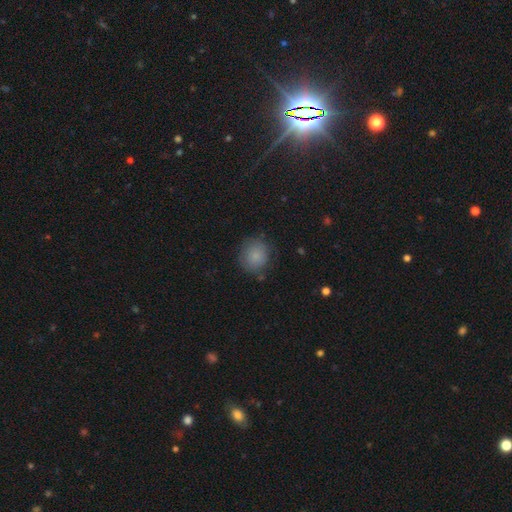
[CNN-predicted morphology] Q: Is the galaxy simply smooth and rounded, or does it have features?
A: smooth — 84%.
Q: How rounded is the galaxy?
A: round — 86%.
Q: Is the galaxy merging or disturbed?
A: none — 78%.